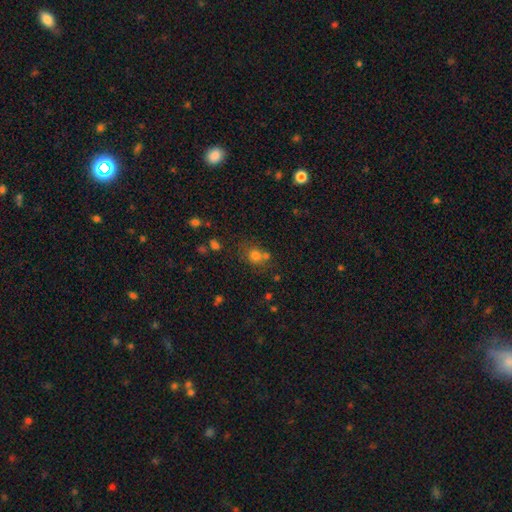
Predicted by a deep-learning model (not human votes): Smooth or featured? smooth (70%)
How rounded? round (72%)
Merging? none (55%)